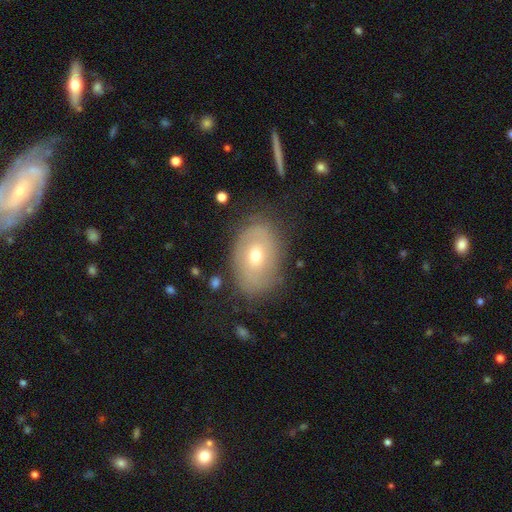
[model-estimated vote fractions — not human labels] The model was most divided on "smooth or featured": featured or disk: 51%, smooth: 41%, star or artifact: 9%. More confident: edge-on disk — no (91%); merging — none (76%).